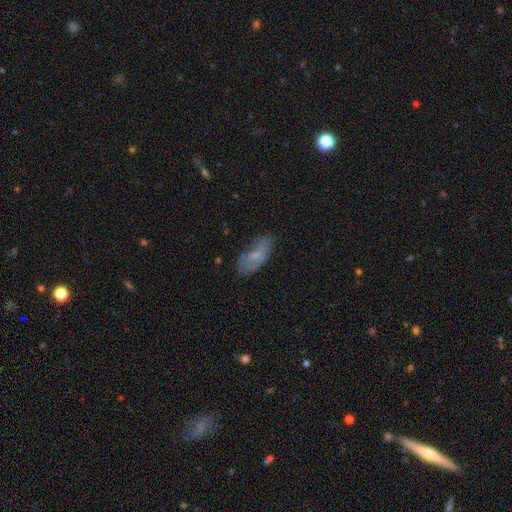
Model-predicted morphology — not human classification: Overall: smooth (55%; featured or disk 36%). How rounded: in between (83%). Merging: none (69%).